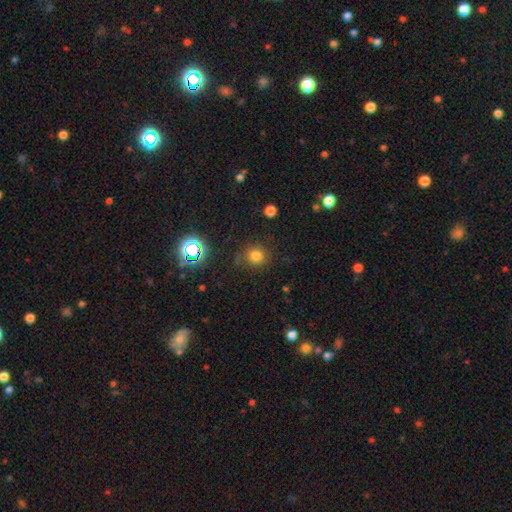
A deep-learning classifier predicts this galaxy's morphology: The model was most divided on "smooth or featured": smooth: 74%, star or artifact: 19%, featured or disk: 7%. More confident: how rounded — round (92%); merging — none (80%).